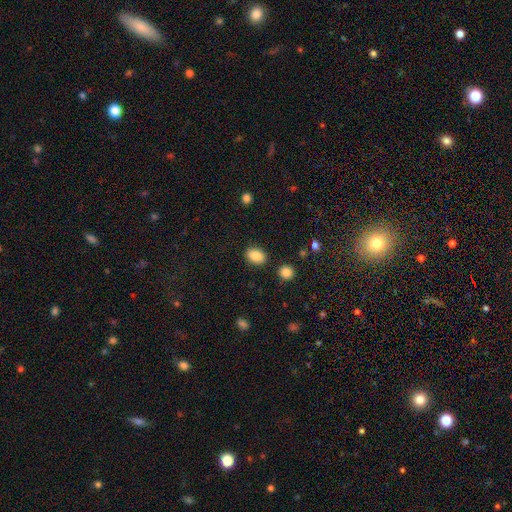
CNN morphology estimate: Overall: smooth (87%). How rounded: in between (80%). Merging: none (86%).